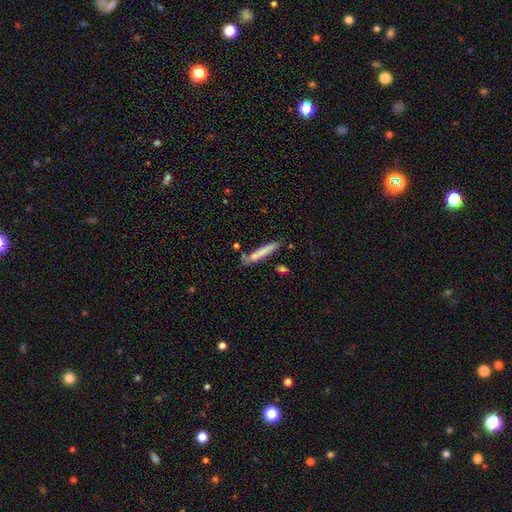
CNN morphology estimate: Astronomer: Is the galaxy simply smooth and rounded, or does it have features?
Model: smooth — 64%.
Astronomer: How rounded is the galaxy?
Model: cigar-shaped — 94%.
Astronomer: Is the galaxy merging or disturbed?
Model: none — 77%.